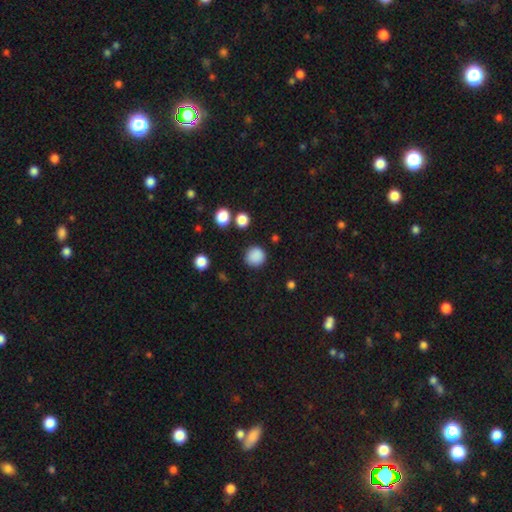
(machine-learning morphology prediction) The model was most divided on "smooth or featured": smooth: 86%, star or artifact: 11%, featured or disk: 3%. More confident: how rounded — round (92%); merging — none (86%).